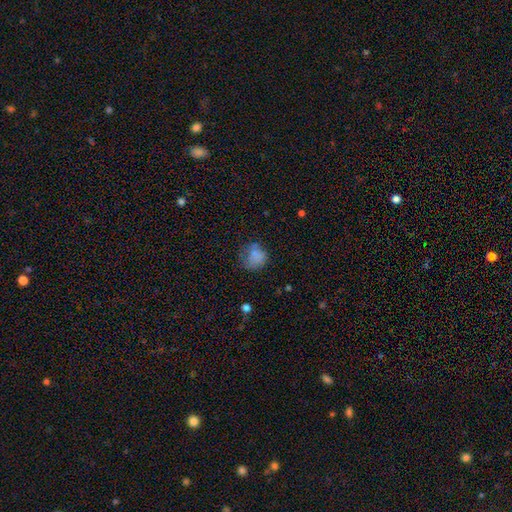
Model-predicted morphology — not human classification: Smooth or featured?
  - smooth: 77% *
  - star or artifact: 11%
  - featured or disk: 11%
How rounded?
  - round: 74% *
  - in between: 25%
  - cigar-shaped: 1%
Merging?
  - none: 54% *
  - minor disturbance: 27%
  - major disturbance: 16%
  - merger: 3%